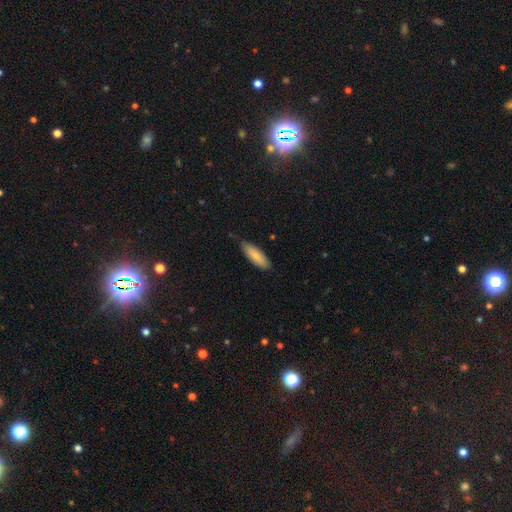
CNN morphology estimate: smooth-or-featured: smooth: 81% | featured or disk: 13% | star or artifact: 6%
  how-rounded: in between: 58% | cigar-shaped: 40% | round: 2%
  merging: none: 73% | minor disturbance: 23% | major disturbance: 3% | merger: 2%